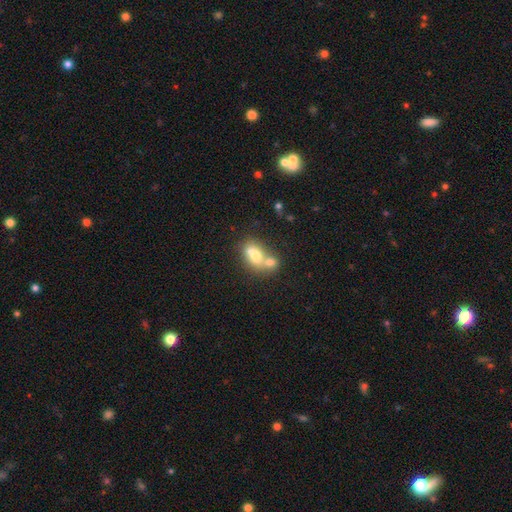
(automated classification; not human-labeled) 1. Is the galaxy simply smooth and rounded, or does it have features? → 66% smooth, 24% featured or disk, 10% star or artifact.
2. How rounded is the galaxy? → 64% in between, 34% round, 2% cigar-shaped.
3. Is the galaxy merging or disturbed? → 64% merger, 24% none, 8% minor disturbance, 4% major disturbance.